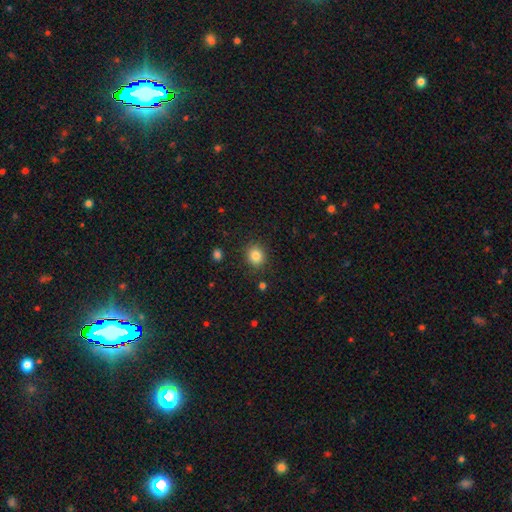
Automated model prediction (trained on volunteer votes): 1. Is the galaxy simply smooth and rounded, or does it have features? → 85% smooth, 10% star or artifact, 5% featured or disk.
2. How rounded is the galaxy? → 79% round, 21% in between, 1% cigar-shaped.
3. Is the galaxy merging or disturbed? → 87% none, 9% minor disturbance, 3% major disturbance, 2% merger.